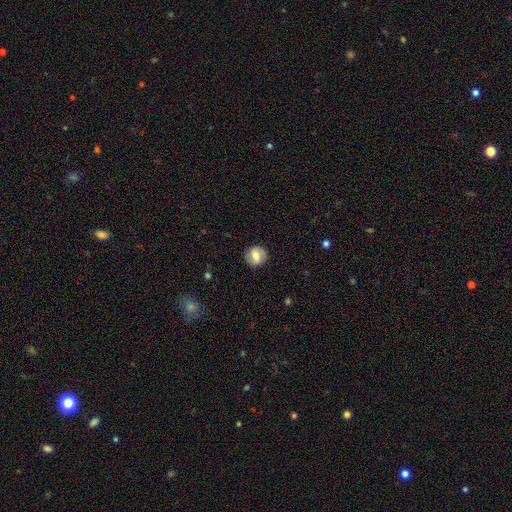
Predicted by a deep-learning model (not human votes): This appears to be a featured or disk galaxy (53%) with a weak bar (44%), spiral arms (75%) and a moderate central bulge (59%). Merging: none (85%).